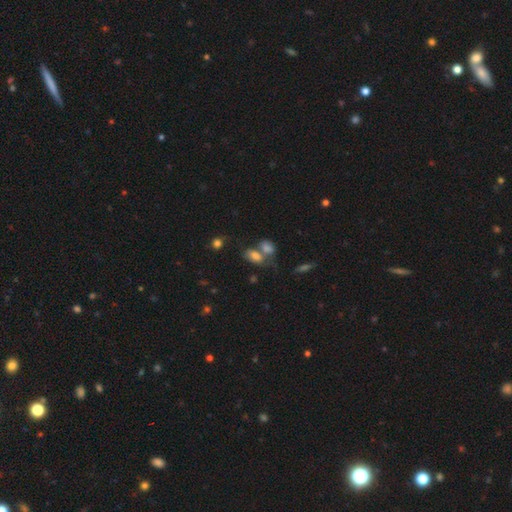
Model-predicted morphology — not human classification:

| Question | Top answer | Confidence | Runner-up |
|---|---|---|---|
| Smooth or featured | smooth | 74% | featured or disk (13%) |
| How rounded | in between | 86% | round (11%) |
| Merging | merger | 48% | none (33%) |